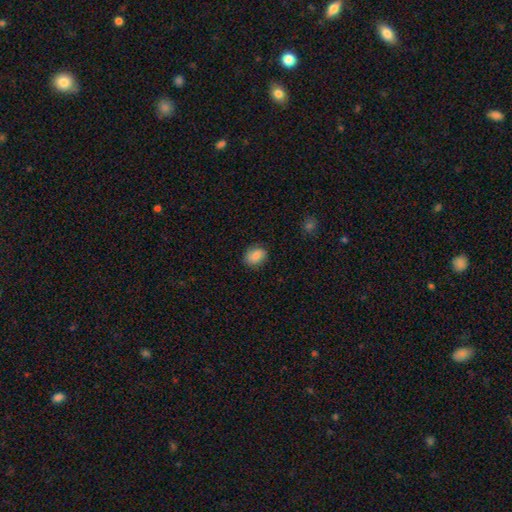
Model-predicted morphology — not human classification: smooth_or_featured: smooth (p=0.83) [alt: featured or disk p=0.09]
how_rounded: in between (p=0.56) [alt: round p=0.43]
merging: none (p=0.84) [alt: minor disturbance p=0.12]